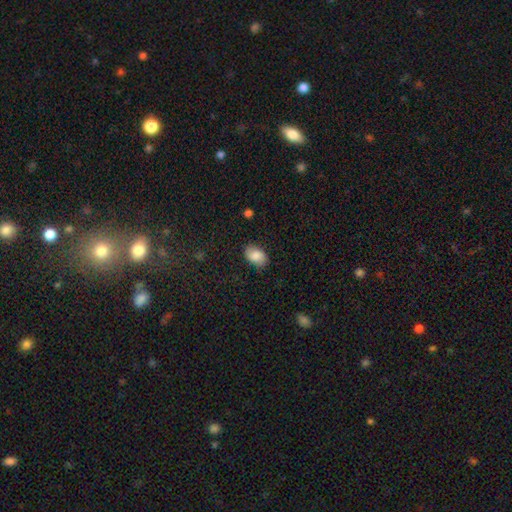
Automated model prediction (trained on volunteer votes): Smooth or featured? Predicted: smooth (p=0.85). How rounded? Predicted: in between (p=0.90). Merging? Predicted: none (p=0.82).